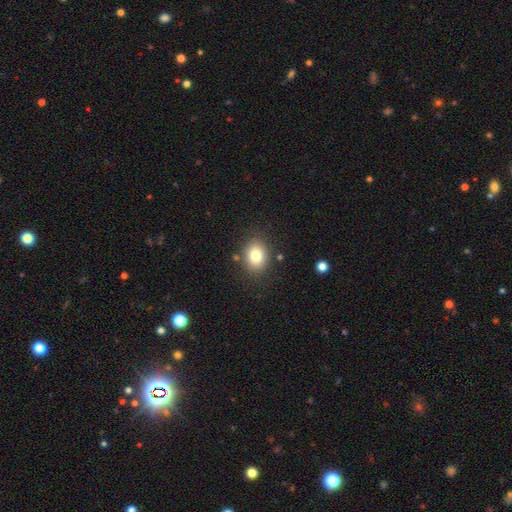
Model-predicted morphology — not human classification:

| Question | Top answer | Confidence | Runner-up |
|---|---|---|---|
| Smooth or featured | smooth | 80% | star or artifact (10%) |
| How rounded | in between | 53% | round (46%) |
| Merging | none | 84% | minor disturbance (10%) |